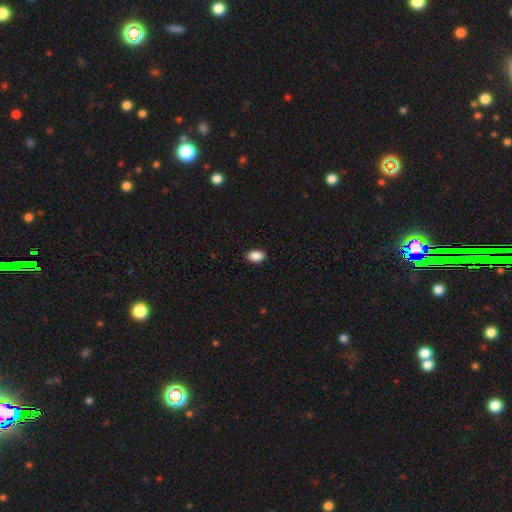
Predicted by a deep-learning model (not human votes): smooth 89%, star or artifact 8%, featured or disk 3%. Down the decision tree: how rounded — in between (84%); merging — none (90%).